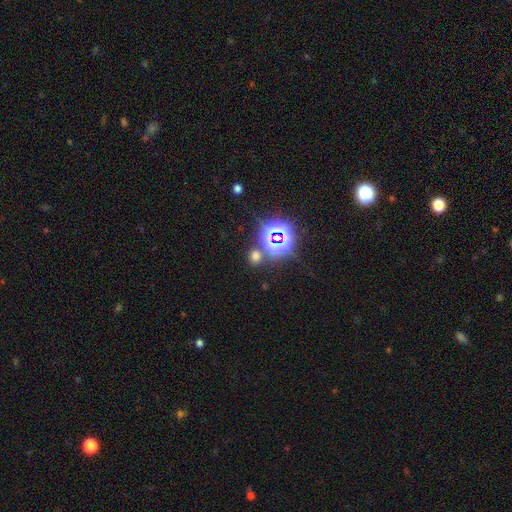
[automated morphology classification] Smooth or featured?
  - smooth: 50% *
  - star or artifact: 43%
  - featured or disk: 7%
How rounded?
  - round: 67% *
  - in between: 32%
  - cigar-shaped: 2%
Merging?
  - none: 77% *
  - merger: 10%
  - minor disturbance: 9%
  - major disturbance: 4%